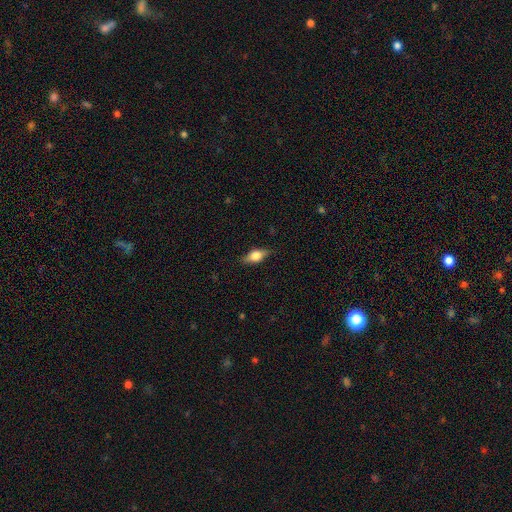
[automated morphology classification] The model was most divided on "smooth or featured": smooth: 57%, featured or disk: 35%, star or artifact: 8%. More confident: merging — none (83%); how rounded — in between (76%).